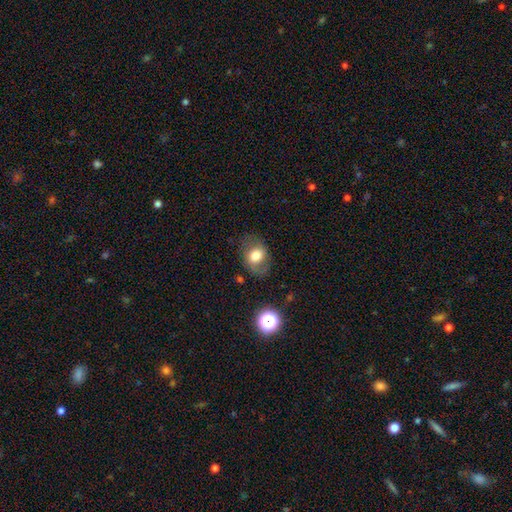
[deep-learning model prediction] Smooth or featured? smooth (64%)
How rounded? in between (59%)
Merging? none (68%)